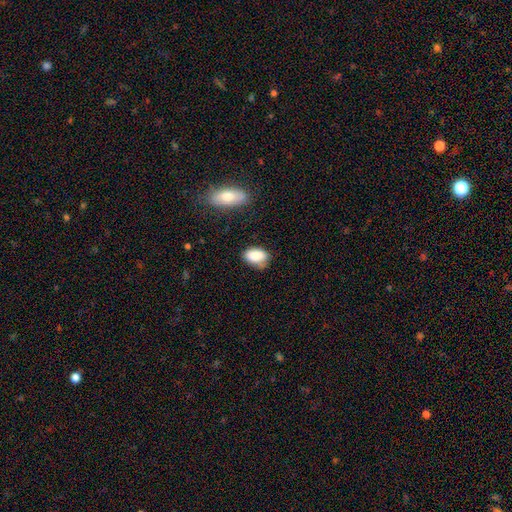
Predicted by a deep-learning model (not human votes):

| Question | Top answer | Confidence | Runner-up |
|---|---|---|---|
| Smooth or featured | smooth | 85% | star or artifact (8%) |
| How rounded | in between | 89% | round (10%) |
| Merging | none | 61% | minor disturbance (29%) |